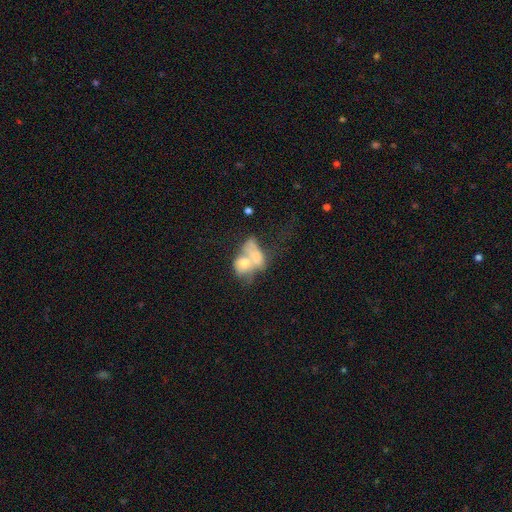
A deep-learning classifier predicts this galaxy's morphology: smooth_or_featured: smooth (p=0.58) [alt: featured or disk p=0.33]
how_rounded: in between (p=0.72) [alt: round p=0.25]
merging: merger (p=0.71) [alt: major disturbance p=0.12]